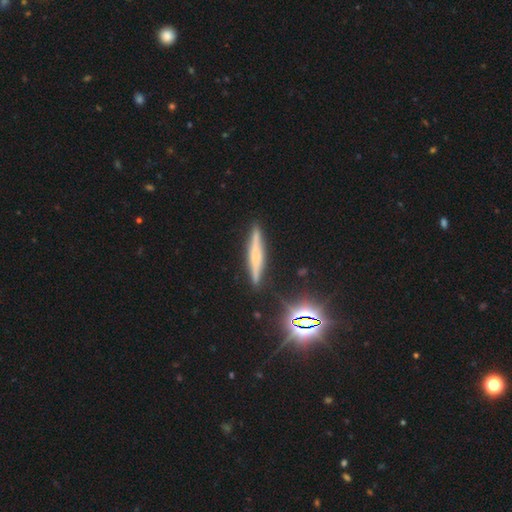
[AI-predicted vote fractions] This appears to be a featured or disk galaxy (45%). Merging: none (87%).